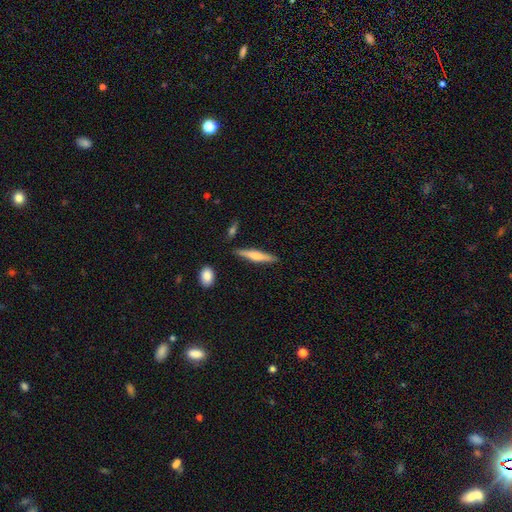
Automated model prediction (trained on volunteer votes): Smooth or featured? smooth (53%)
How rounded? cigar-shaped (89%)
Merging? none (86%)